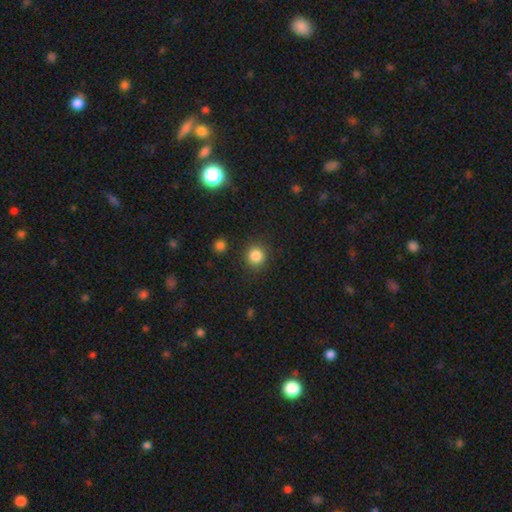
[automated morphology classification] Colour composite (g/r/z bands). It shows a smooth galaxy with no disk features (84%) that is round (90%). Merging: none (88%).